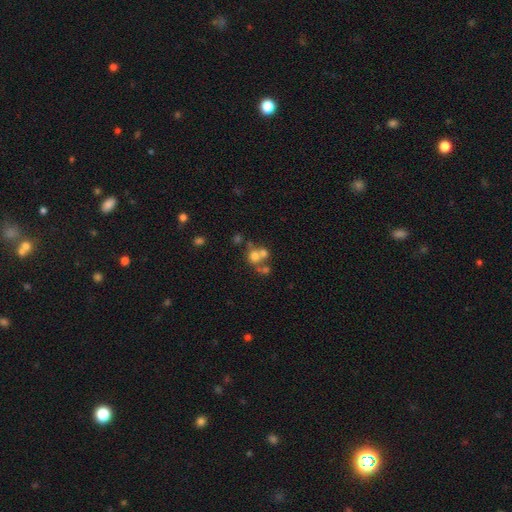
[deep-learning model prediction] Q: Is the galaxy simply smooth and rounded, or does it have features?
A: smooth — 61%.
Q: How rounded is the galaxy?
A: round — 82%.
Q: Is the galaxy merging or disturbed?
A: merger — 47%.